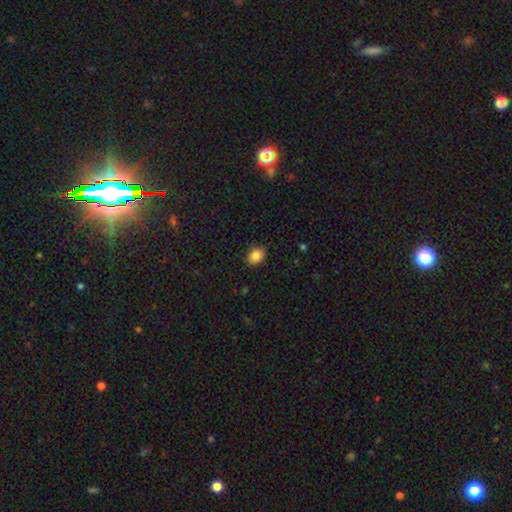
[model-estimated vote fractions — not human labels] smooth-or-featured: smooth: 86% | star or artifact: 9% | featured or disk: 5%
  how-rounded: in between: 68% | round: 31% | cigar-shaped: 1%
  merging: none: 86% | minor disturbance: 11% | major disturbance: 2% | merger: 1%